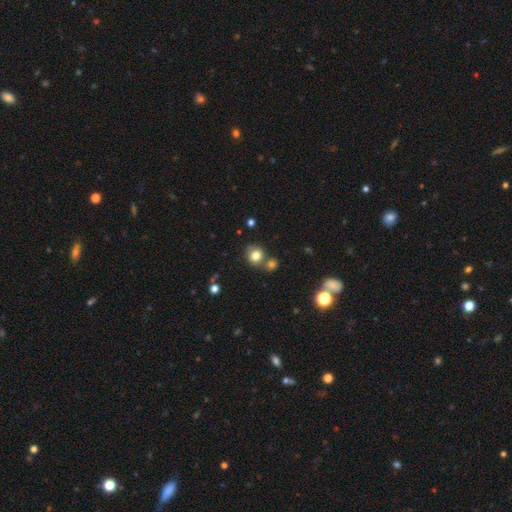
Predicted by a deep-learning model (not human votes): This appears to be a smooth galaxy with no disk features (79%) that is round (78%). Merging: none (63%).